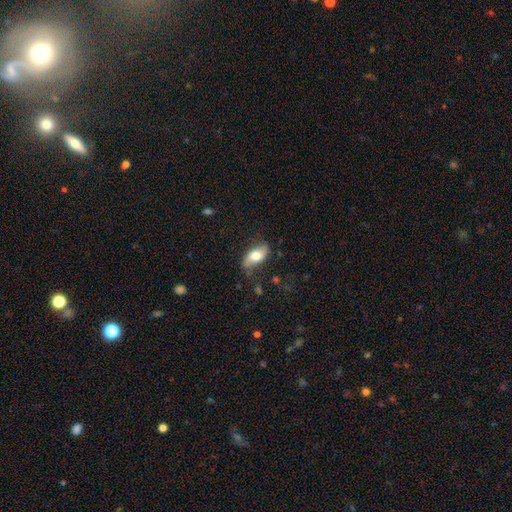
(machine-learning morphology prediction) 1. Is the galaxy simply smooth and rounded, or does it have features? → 52% smooth, 41% featured or disk, 7% star or artifact.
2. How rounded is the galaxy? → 88% in between, 6% cigar-shaped, 5% round.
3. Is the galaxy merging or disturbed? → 66% none, 24% minor disturbance, 8% major disturbance, 2% merger.